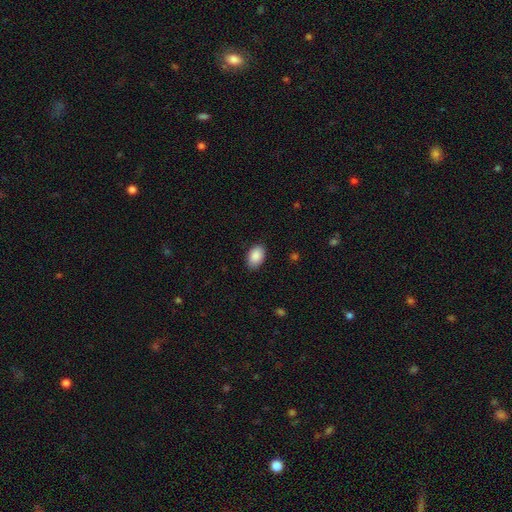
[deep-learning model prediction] Overall: smooth (90%). How rounded: in between (90%). Merging: none (86%).